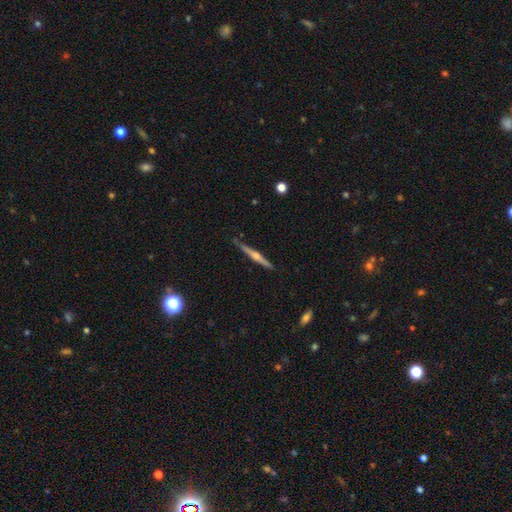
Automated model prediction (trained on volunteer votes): Q: Smooth or featured?
A: featured or disk (74%); runner-up: smooth (20%)
Q: Edge-on disk?
A: yes (98%); runner-up: no (2%)
Q: Edge-on bulge?
A: rounded (84%); runner-up: none (9%)
Q: Merging?
A: none (88%); runner-up: minor disturbance (9%)